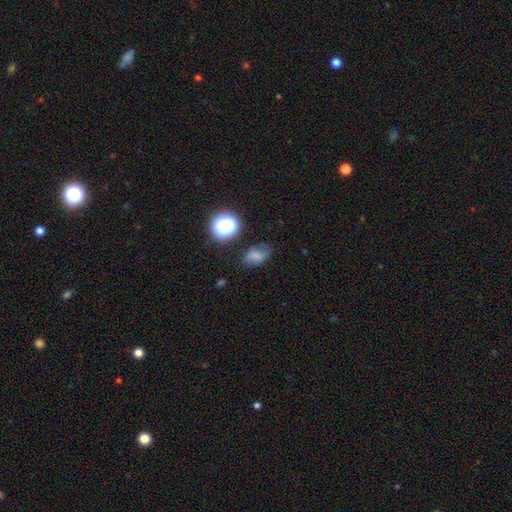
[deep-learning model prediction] The model was most divided on "merging": none: 64%, minor disturbance: 25%, major disturbance: 9%, merger: 3%. More confident: how rounded — in between (76%); smooth or featured — smooth (69%).